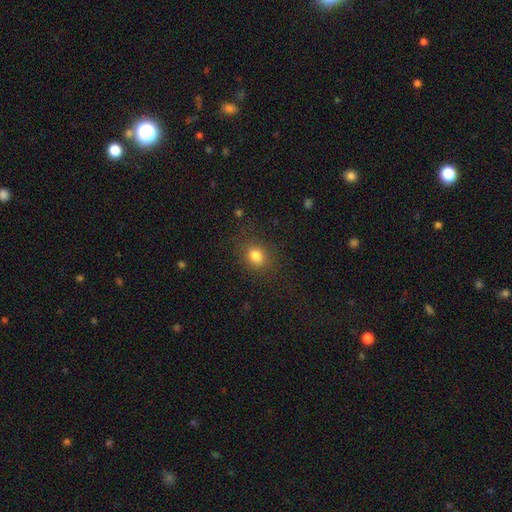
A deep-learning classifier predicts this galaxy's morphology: smooth_or_featured: smooth (p=0.81) [alt: star or artifact p=0.12]
how_rounded: round (p=0.60) [alt: in between p=0.39]
merging: none (p=0.83) [alt: minor disturbance p=0.11]